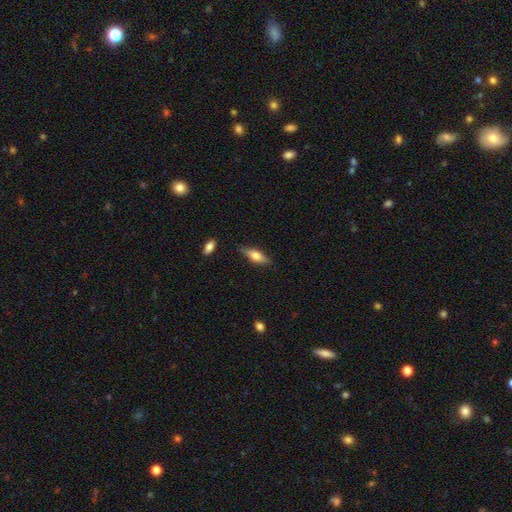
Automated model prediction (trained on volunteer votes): Smooth or featured?
  - smooth: 62% *
  - featured or disk: 32%
  - star or artifact: 7%
How rounded?
  - in between: 56% *
  - cigar-shaped: 41%
  - round: 3%
Merging?
  - none: 84% *
  - minor disturbance: 12%
  - major disturbance: 2%
  - merger: 2%